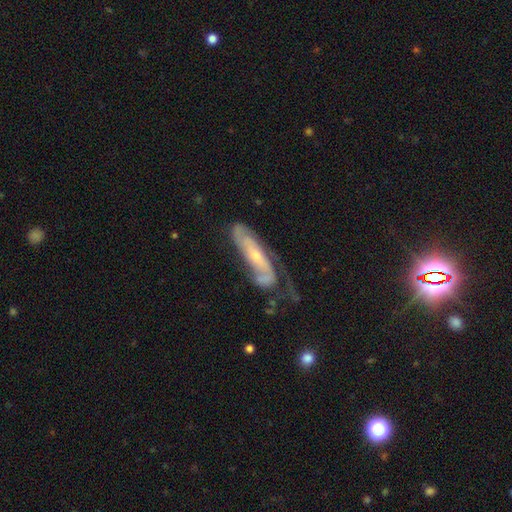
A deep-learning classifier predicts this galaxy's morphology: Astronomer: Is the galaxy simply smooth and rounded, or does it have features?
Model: featured or disk — 78%.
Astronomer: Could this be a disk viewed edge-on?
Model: no — 80%.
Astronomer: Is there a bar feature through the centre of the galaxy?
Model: no — 57%.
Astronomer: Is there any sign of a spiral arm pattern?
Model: yes — 90%.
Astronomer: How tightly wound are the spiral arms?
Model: tight — 44% (runner-up: medium, 38%).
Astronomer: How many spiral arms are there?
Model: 2 — 60%.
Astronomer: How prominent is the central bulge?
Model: small — 66%.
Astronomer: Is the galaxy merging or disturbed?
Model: none — 44% (runner-up: major disturbance, 26%).